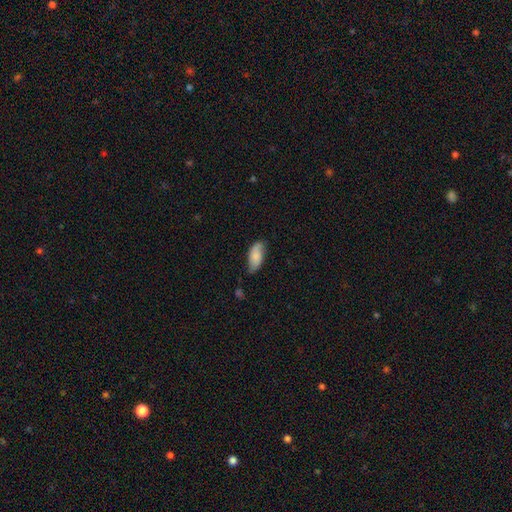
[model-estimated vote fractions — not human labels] A smooth galaxy with no disk features (78%) that is in between round and cigar-shaped (89%). Merging: none (67%).